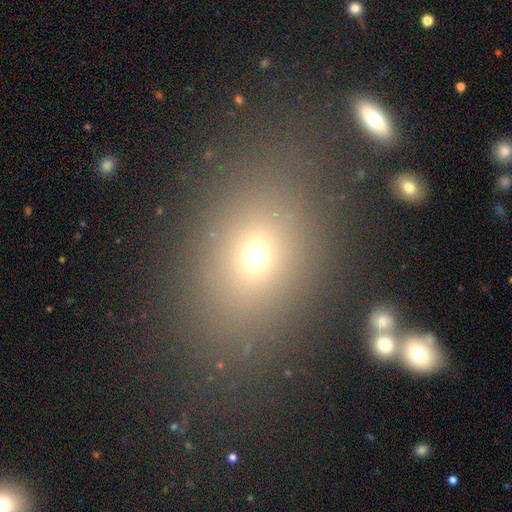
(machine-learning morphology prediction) A smooth galaxy with no disk features (67%) that is in between round and cigar-shaped (65%). Merging: none (80%).